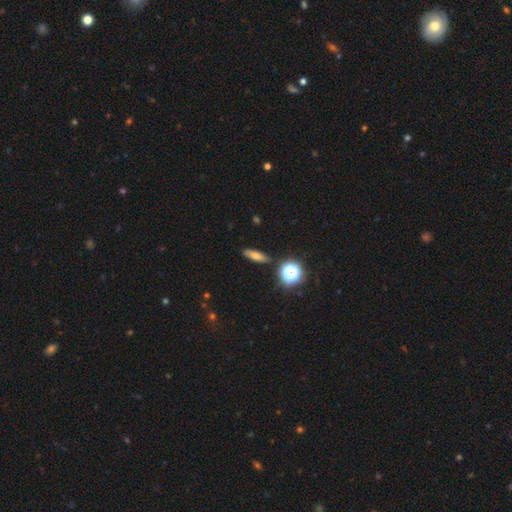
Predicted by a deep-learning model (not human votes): Smooth or featured?
  - smooth: 59% *
  - featured or disk: 21%
  - star or artifact: 19%
How rounded?
  - cigar-shaped: 46% *
  - in between: 41%
  - round: 12%
Merging?
  - none: 87% *
  - minor disturbance: 8%
  - merger: 2%
  - major disturbance: 2%